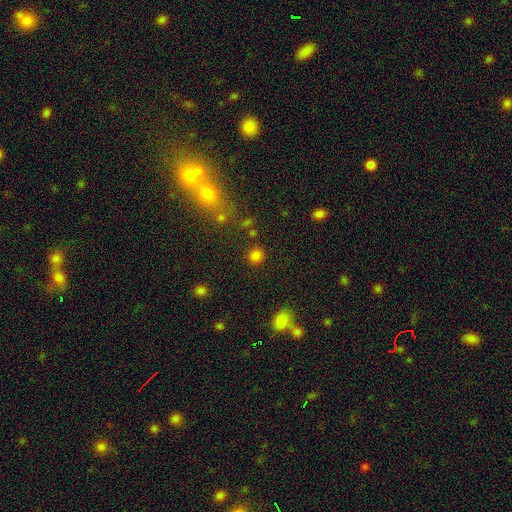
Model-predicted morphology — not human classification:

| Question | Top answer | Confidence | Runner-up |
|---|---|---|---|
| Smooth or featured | smooth | 79% | star or artifact (16%) |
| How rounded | round | 85% | in between (14%) |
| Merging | none | 85% | minor disturbance (8%) |